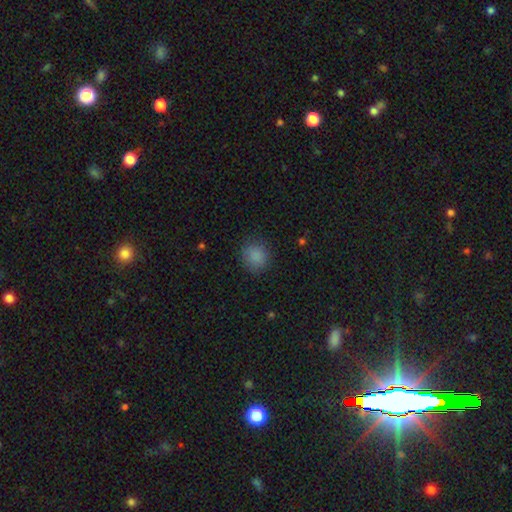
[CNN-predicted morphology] This is clearly a smooth galaxy (86%). How rounded: likely round (79%). Merging: clearly none (82%).